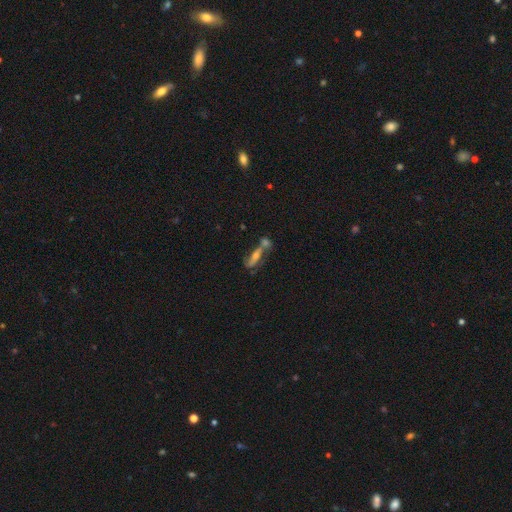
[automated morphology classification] type=featured or disk (56%); edge-on=no (63%); merging=merger (51%).